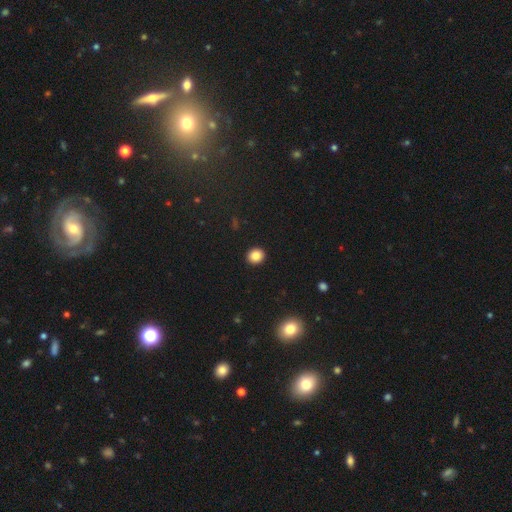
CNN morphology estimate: Smooth or featured? Predicted: smooth (p=0.85). How rounded? Predicted: round (p=0.80). Merging? Predicted: none (p=0.93).